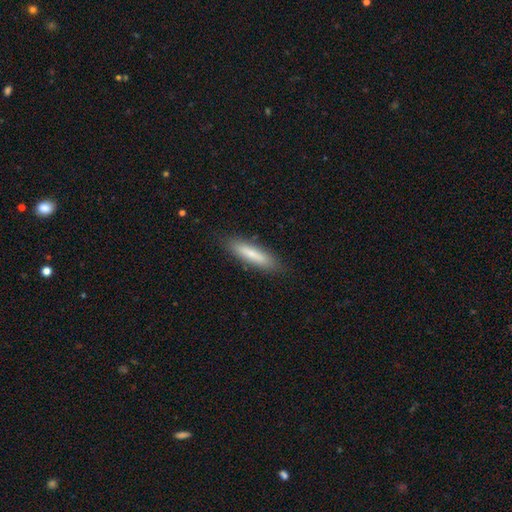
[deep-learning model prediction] smooth_or_featured: smooth (p=0.74) [alt: featured or disk p=0.19]
how_rounded: cigar-shaped (p=0.82) [alt: in between p=0.17]
merging: none (p=0.88) [alt: minor disturbance p=0.09]